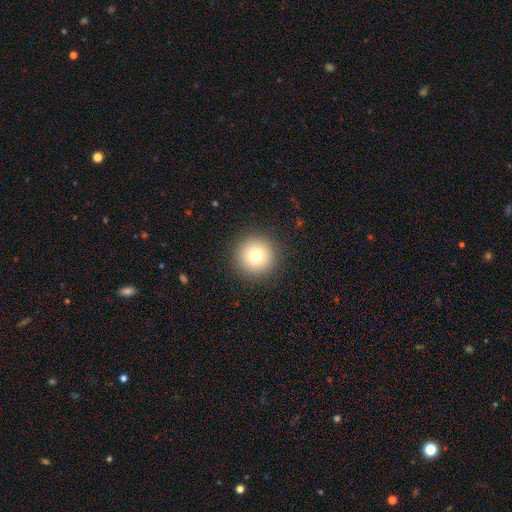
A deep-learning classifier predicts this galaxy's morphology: This appears to be a smooth galaxy with no disk features (76%) that is round (97%). Merging: none (92%).